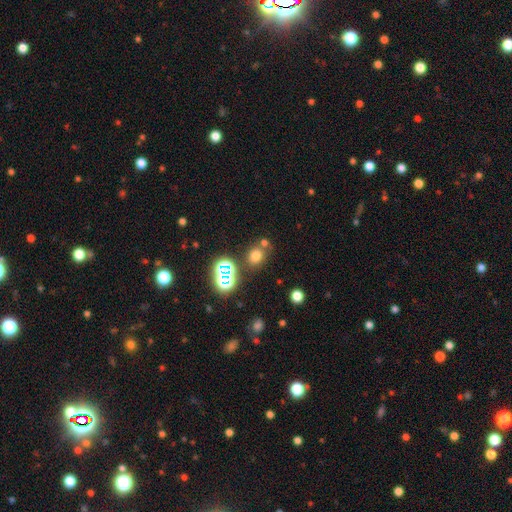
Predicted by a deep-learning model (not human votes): Smooth or featured? smooth (67%)
How rounded? round (71%)
Merging? none (68%)